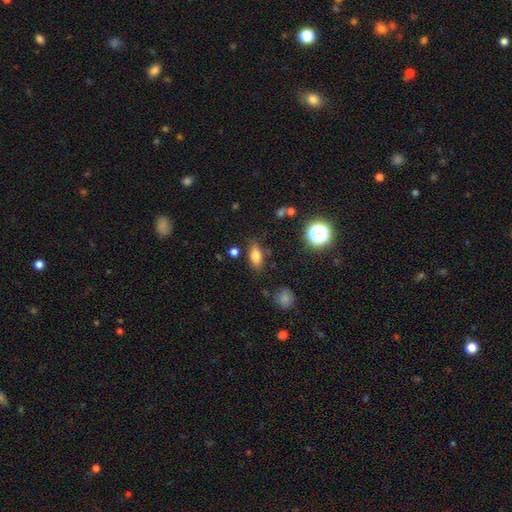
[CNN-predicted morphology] A smooth galaxy with no disk features (76%) that is in between round and cigar-shaped (81%). Merging: none (80%).